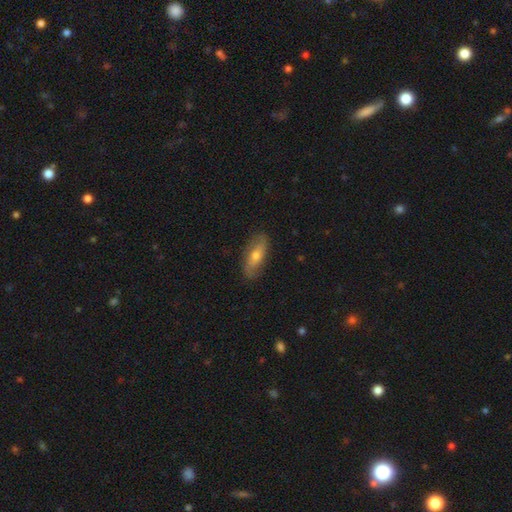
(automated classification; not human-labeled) Overall: smooth (50%; featured or disk 44%). Merging: none (82%).